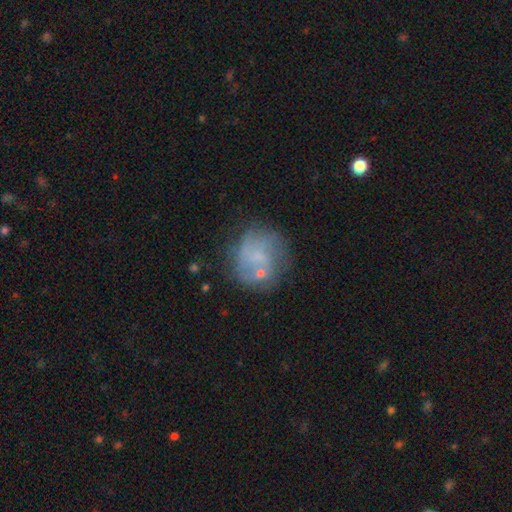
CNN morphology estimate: The model was most divided on "smooth or featured": featured or disk: 49%, smooth: 40%, star or artifact: 11%. More confident: merging — none (52%).